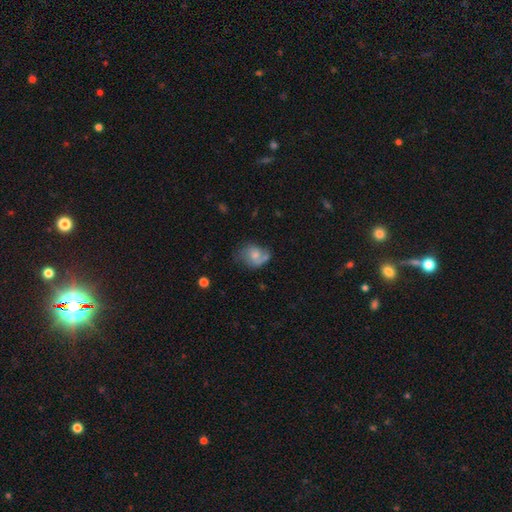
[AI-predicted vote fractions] The model was most divided on "smooth or featured": featured or disk: 47%, smooth: 45%, star or artifact: 8%. Remaining: merging — none (44%).